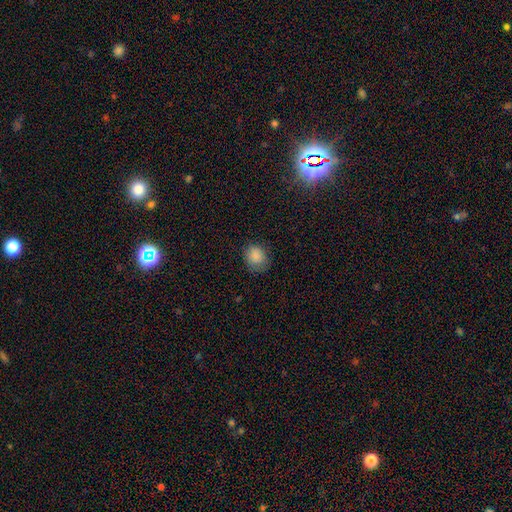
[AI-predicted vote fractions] A smooth galaxy with no disk features (87%) that is round (63%).

Vote fractions:
- Smooth or featured? smooth: 87% / star or artifact: 9% / featured or disk: 4%
- How rounded? round: 63% / in between: 36% / cigar-shaped: 1%
- Merging? none: 76% / minor disturbance: 18% / major disturbance: 4% / merger: 1%